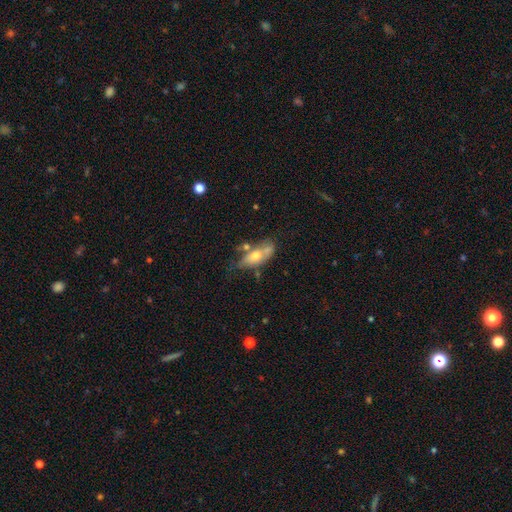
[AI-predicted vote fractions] Smooth or featured? smooth (55%)
How rounded? in between (76%)
Merging? none (39%)